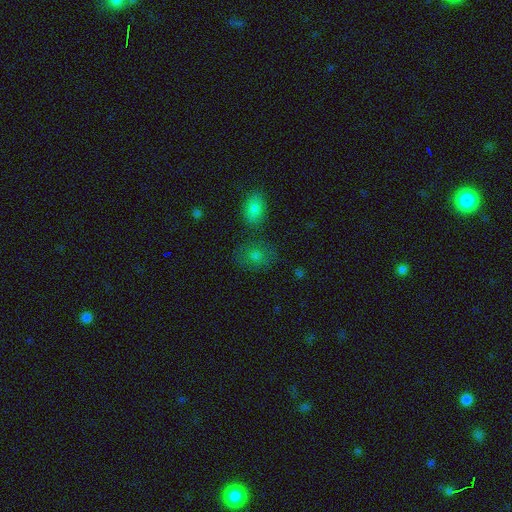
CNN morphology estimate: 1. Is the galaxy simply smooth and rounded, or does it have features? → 73% smooth, 15% star or artifact, 11% featured or disk.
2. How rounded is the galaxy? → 51% in between, 48% round, 1% cigar-shaped.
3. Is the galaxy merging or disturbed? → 67% none, 15% minor disturbance, 13% merger, 5% major disturbance.